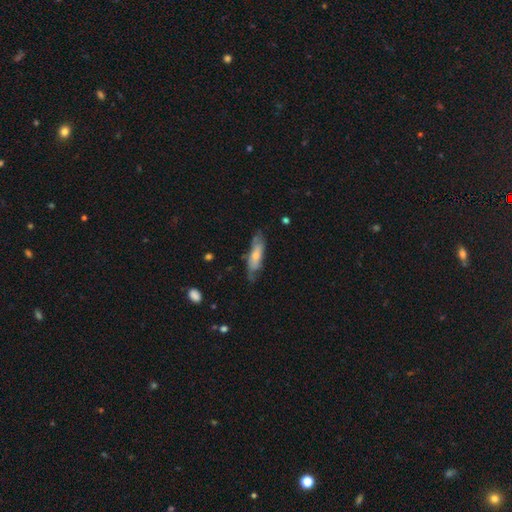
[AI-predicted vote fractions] smooth 58%, featured or disk 37%, star or artifact 6%. Down the decision tree: how rounded — cigar-shaped (52%); merging — none (60%).